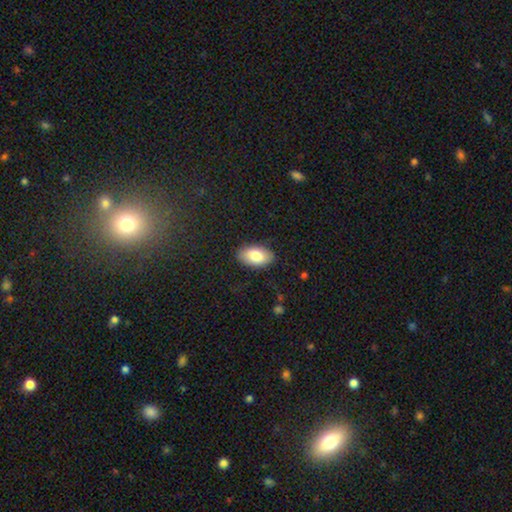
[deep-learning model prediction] Smooth or featured? smooth (82%)
How rounded? in between (94%)
Merging? none (86%)